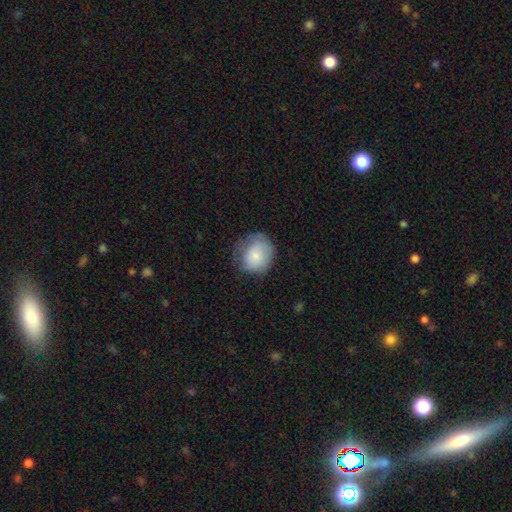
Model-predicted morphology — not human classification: Overall: smooth (78%). How rounded: round (75%). Merging: none (56%; minor disturbance 31%).